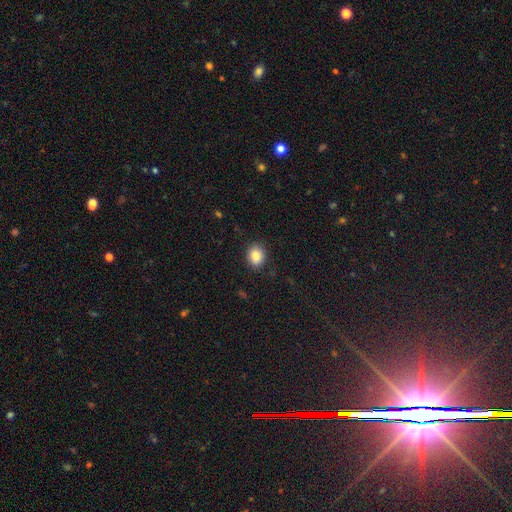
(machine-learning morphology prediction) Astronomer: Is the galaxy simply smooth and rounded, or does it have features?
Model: smooth — 86%.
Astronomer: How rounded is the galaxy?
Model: round — 50% (runner-up: in between, 49%).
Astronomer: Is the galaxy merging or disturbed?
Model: none — 88%.